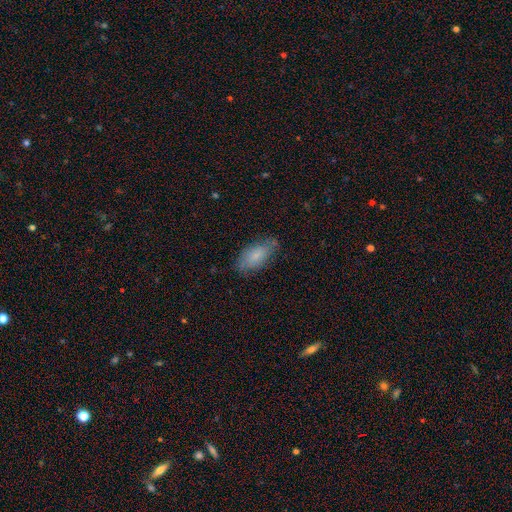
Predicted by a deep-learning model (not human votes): The model was most divided on "merging": none: 69%, minor disturbance: 23%, major disturbance: 5%, merger: 2%. More confident: how rounded — in between (90%); smooth or featured — smooth (78%).